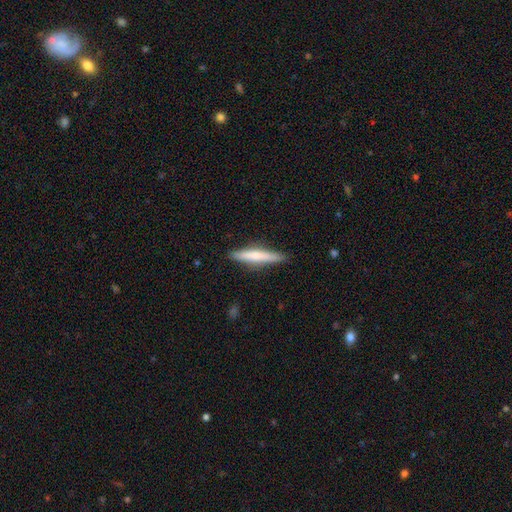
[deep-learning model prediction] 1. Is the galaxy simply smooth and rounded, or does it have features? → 60% smooth, 35% featured or disk, 5% star or artifact.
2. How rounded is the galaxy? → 92% cigar-shaped, 7% in between, 1% round.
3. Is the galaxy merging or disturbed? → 88% none, 9% minor disturbance, 2% major disturbance, 1% merger.